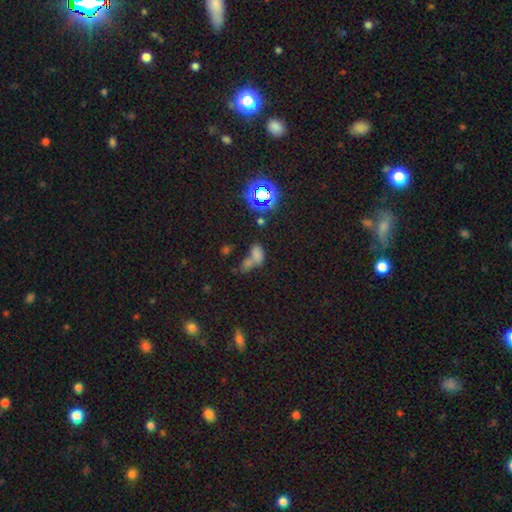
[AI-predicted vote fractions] The model was most divided on "merging": merger: 54%, none: 26%, minor disturbance: 11%, major disturbance: 9%. More confident: how rounded — in between (85%); smooth or featured — smooth (63%).